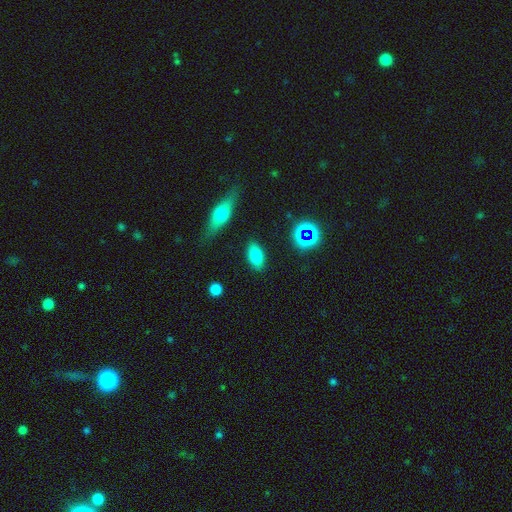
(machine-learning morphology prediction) The model was most divided on "smooth or featured": smooth: 78%, featured or disk: 11%, star or artifact: 11%. More confident: how rounded — in between (88%); merging — none (85%).